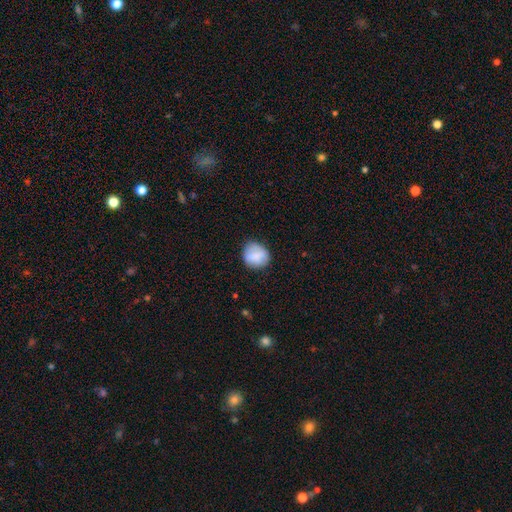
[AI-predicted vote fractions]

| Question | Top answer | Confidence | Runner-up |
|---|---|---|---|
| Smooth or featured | smooth | 81% | featured or disk (12%) |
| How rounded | round | 76% | in between (23%) |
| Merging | none | 79% | minor disturbance (16%) |